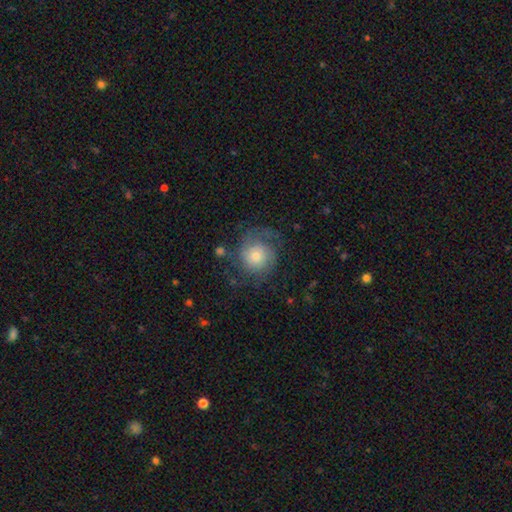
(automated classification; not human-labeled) The model was most divided on "bulge size": moderate: 42%, small: 39%, large: 12%, none: 3%, dominant: 3%. More confident: edge-on disk — no (98%); spiral arms — yes (86%); bar — no (80%); merging — none (64%); smooth or featured — featured or disk (52%).